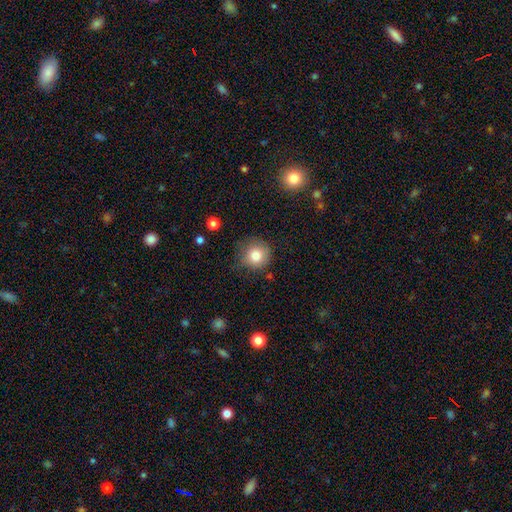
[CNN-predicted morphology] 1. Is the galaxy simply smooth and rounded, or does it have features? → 82% smooth, 10% star or artifact, 8% featured or disk.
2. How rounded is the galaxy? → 92% round, 7% in between, 1% cigar-shaped.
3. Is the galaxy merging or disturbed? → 70% none, 22% minor disturbance, 6% major disturbance, 2% merger.